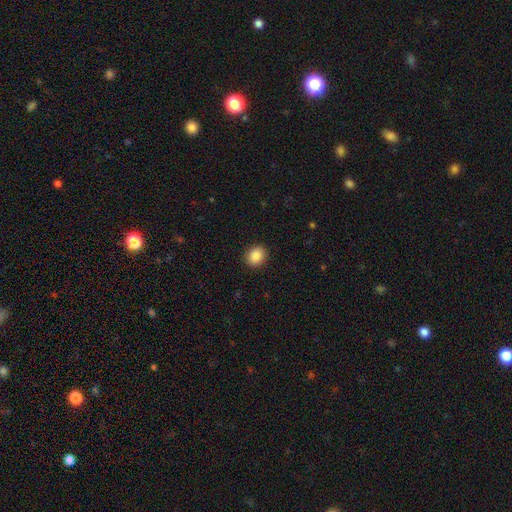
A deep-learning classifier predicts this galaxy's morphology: smooth 88%, star or artifact 9%, featured or disk 3%. Down the decision tree: how rounded — round (69%); merging — none (91%).